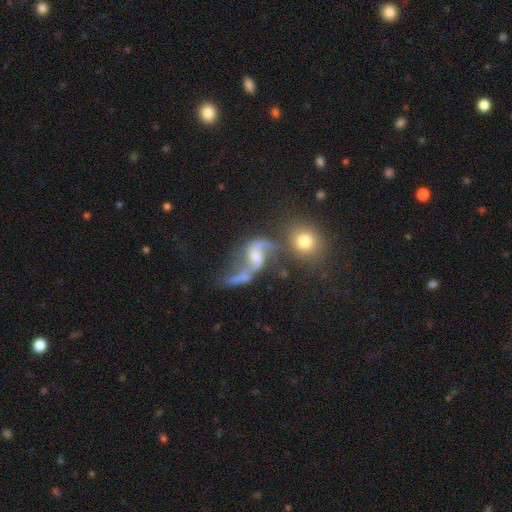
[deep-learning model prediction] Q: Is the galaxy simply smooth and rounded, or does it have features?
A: featured or disk — 82%.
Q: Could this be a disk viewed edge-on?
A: no — 96%.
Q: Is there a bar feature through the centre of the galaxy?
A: no — 44%.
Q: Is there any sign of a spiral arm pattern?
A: yes — 92%.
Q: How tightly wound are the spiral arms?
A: loose — 83%.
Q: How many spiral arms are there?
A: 2 — 91%.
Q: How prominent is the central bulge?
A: small — 40%.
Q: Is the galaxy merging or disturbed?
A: none — 36%.